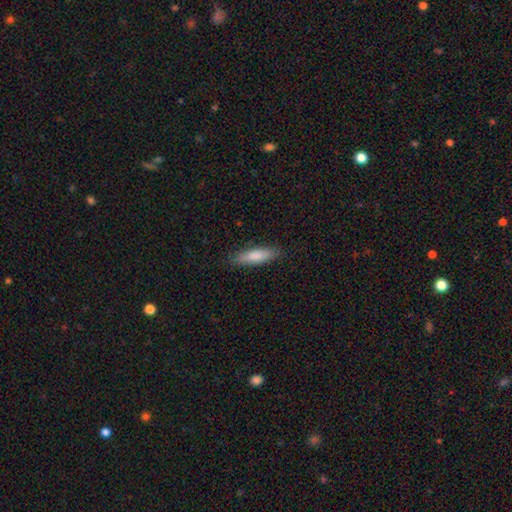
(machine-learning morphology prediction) This appears to be a smooth galaxy with no disk features (82%) that is cigar-shaped (67%). Merging: none (86%).